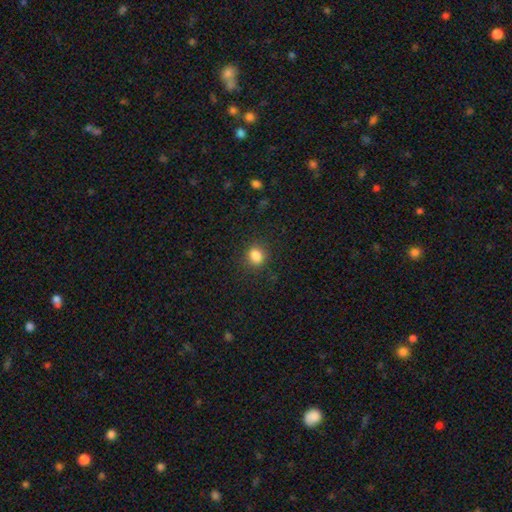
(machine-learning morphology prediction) type=smooth (85%); roundness=round (75%); merging=none (88%).